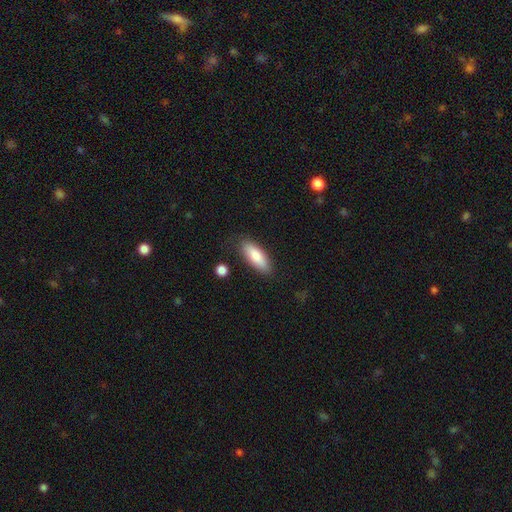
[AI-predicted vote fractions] The model was most divided on "how rounded": in between: 67%, cigar-shaped: 31%, round: 2%. More confident: merging — none (83%); smooth or featured — smooth (83%).